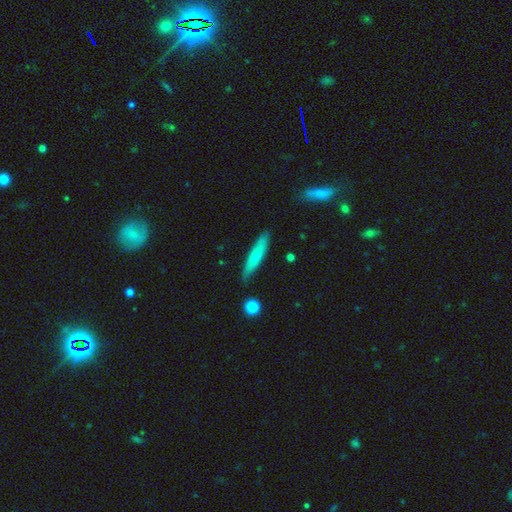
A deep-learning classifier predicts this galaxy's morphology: smooth-or-featured: smooth: 74% | featured or disk: 21% | star or artifact: 6%
  how-rounded: cigar-shaped: 87% | in between: 11% | round: 1%
  merging: none: 85% | minor disturbance: 11% | major disturbance: 2% | merger: 2%